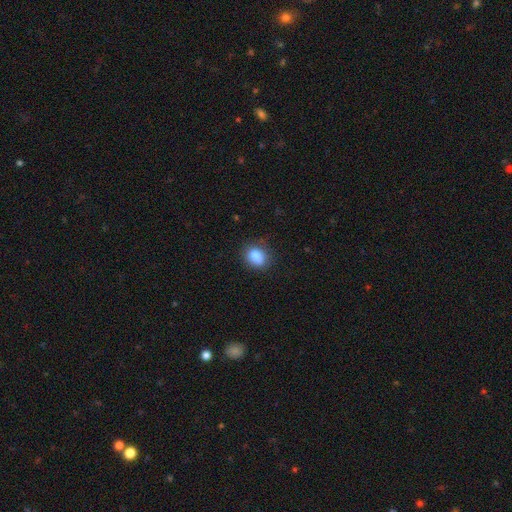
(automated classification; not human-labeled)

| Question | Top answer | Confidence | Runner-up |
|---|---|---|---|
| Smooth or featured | smooth | 83% | star or artifact (10%) |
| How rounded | in between | 52% | round (46%) |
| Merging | none | 73% | minor disturbance (20%) |